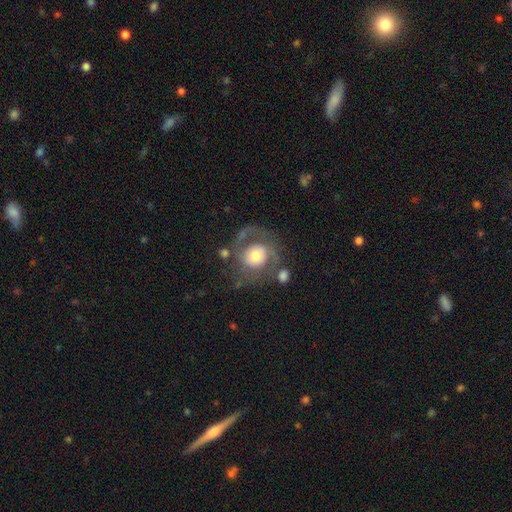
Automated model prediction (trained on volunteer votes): Smooth or featured: featured or disk — 62% (smooth — 31%)
Edge-on disk: no — 97% (yes — 3%)
Bar: no — 75% (weak — 20%)
Spiral arms: yes — 71% (no — 29%)
Bulge size: moderate — 54% (large — 29%)
Merging: none — 52% (major disturbance — 23%)